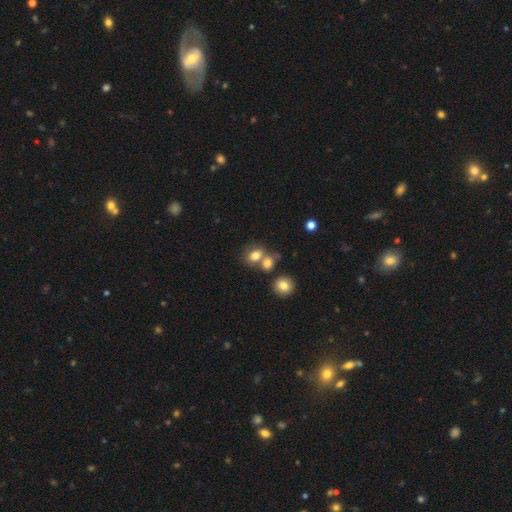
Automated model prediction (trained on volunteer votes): smooth-or-featured: smooth: 77% | featured or disk: 11% | star or artifact: 11%
  how-rounded: in between: 60% | round: 38% | cigar-shaped: 2%
  merging: merger: 43% | none: 42% | minor disturbance: 11% | major disturbance: 4%